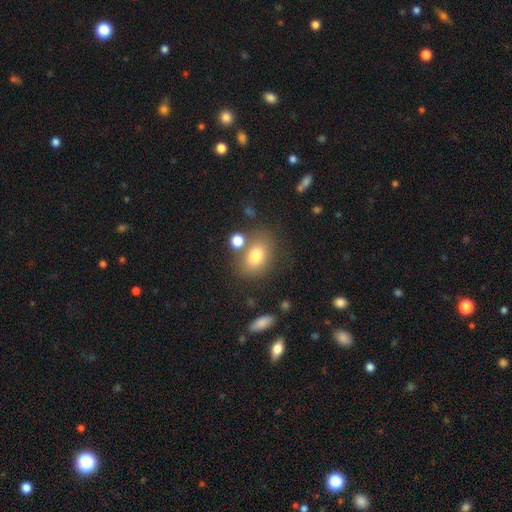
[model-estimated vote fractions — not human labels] This is likely a smooth galaxy (77%). How rounded: likely in between (76%). Merging: likely none (66%).